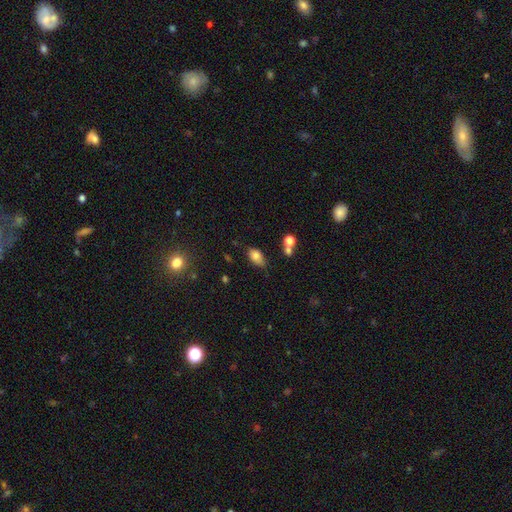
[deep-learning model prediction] Q: Smooth or featured?
A: smooth (79%); runner-up: featured or disk (11%)
Q: How rounded?
A: in between (88%); runner-up: round (9%)
Q: Merging?
A: none (58%); runner-up: minor disturbance (28%)